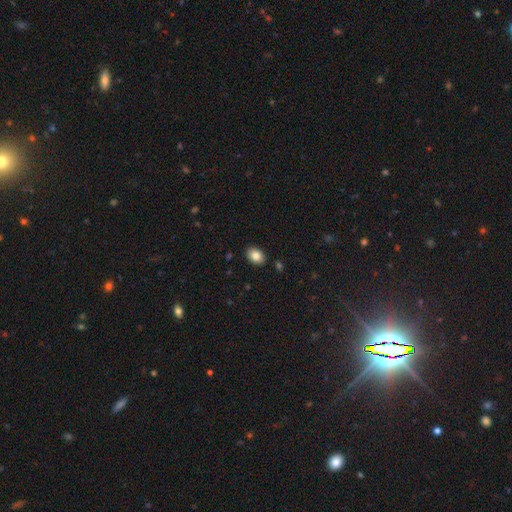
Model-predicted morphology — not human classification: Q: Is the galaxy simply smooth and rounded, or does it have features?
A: smooth — 84%.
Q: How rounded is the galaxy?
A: in between — 80%.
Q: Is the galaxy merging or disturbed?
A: none — 88%.